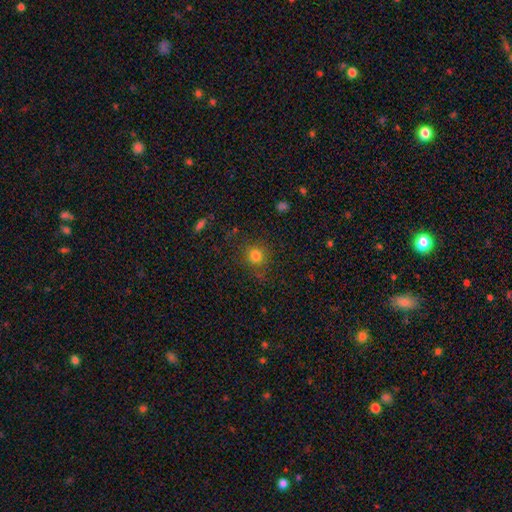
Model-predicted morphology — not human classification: Smooth or featured? Predicted: smooth (p=0.80). How rounded? Predicted: round (p=0.89). Merging? Predicted: none (p=0.82).